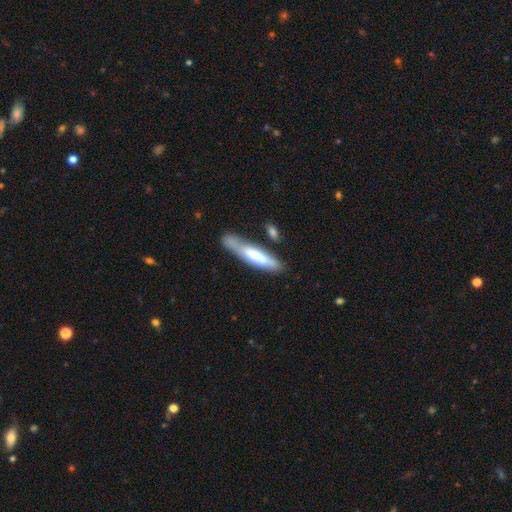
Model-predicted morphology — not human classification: Smooth or featured? smooth (55%)
How rounded? cigar-shaped (79%)
Merging? none (57%)